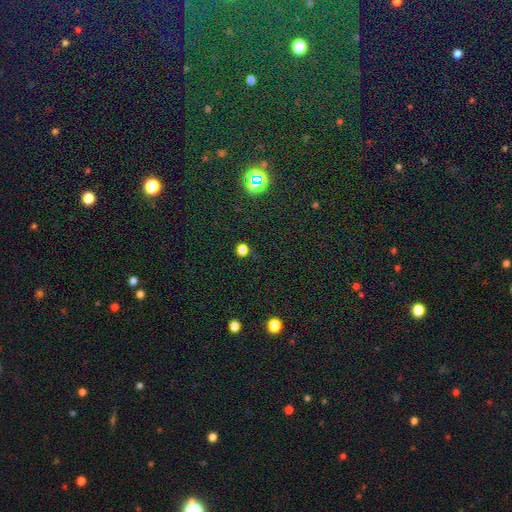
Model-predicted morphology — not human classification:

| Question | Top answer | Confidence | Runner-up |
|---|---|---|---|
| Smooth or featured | star or artifact | 78% | smooth (15%) |